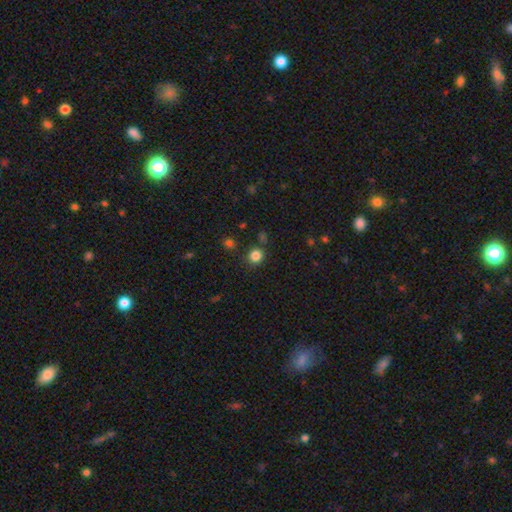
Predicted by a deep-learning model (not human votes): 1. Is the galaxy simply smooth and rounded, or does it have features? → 83% smooth, 13% star or artifact, 4% featured or disk.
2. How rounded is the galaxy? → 87% round, 12% in between, 1% cigar-shaped.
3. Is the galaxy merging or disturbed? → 82% none, 9% minor disturbance, 5% merger, 3% major disturbance.